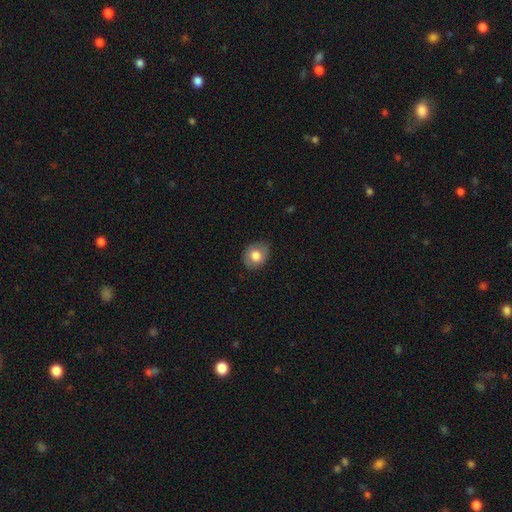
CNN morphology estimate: Q: Smooth or featured?
A: smooth (77%); runner-up: featured or disk (15%)
Q: How rounded?
A: round (54%); runner-up: in between (45%)
Q: Merging?
A: none (78%); runner-up: minor disturbance (17%)